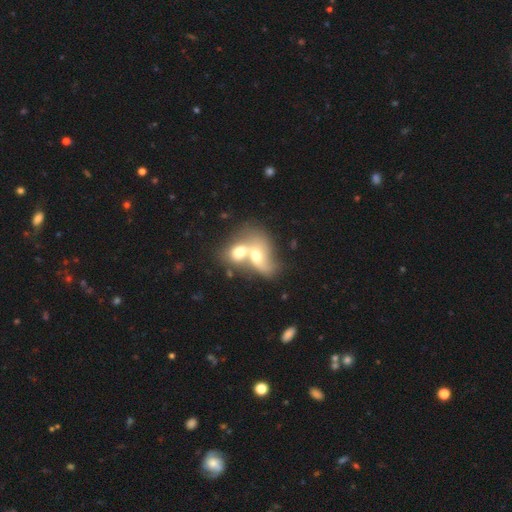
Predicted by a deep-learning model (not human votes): A smooth galaxy with no disk features (51%) that is in between round and cigar-shaped (71%). Merging: merger (80%).